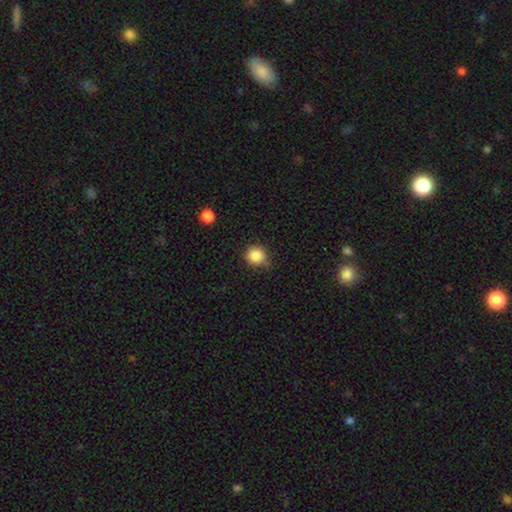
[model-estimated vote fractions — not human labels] Smooth or featured: smooth — 86% (star or artifact — 10%)
How rounded: round — 90% (in between — 9%)
Merging: none — 78% (minor disturbance — 17%)